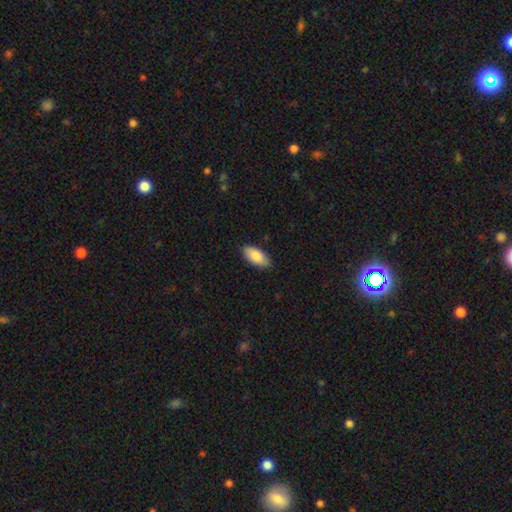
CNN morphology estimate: smooth 85%, featured or disk 9%, star or artifact 6%. Down the decision tree: how rounded — in between (91%); merging — none (86%).